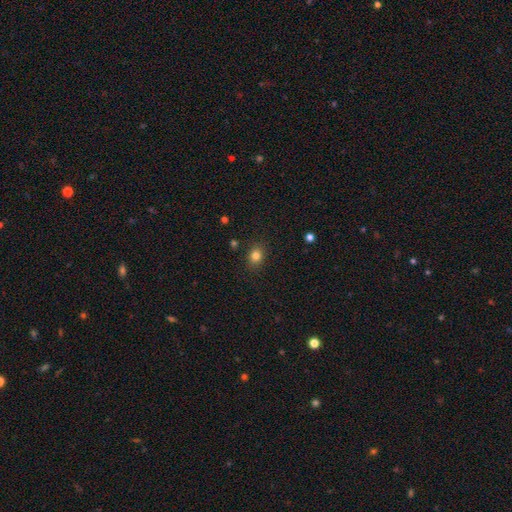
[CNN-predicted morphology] Smooth or featured: smooth — 81% (star or artifact — 13%)
How rounded: round — 53% (in between — 46%)
Merging: none — 86% (minor disturbance — 9%)